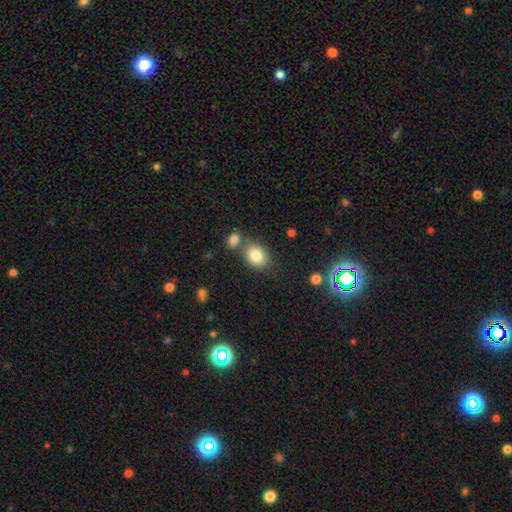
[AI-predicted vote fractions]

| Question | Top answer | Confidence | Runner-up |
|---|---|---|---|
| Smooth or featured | smooth | 82% | star or artifact (9%) |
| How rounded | in between | 60% | round (39%) |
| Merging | none | 66% | merger (18%) |